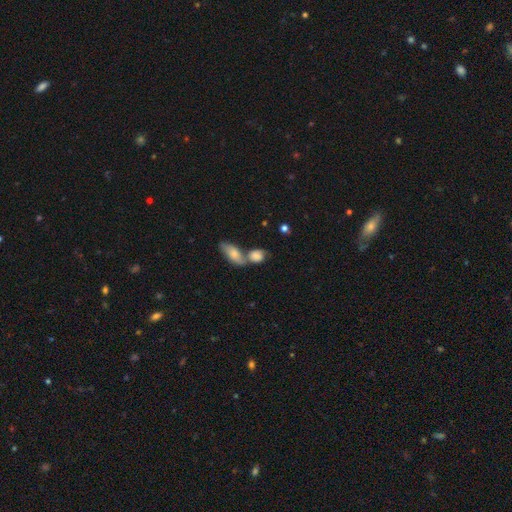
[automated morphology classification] Smooth or featured? smooth (66%)
How rounded? in between (66%)
Merging? merger (58%)